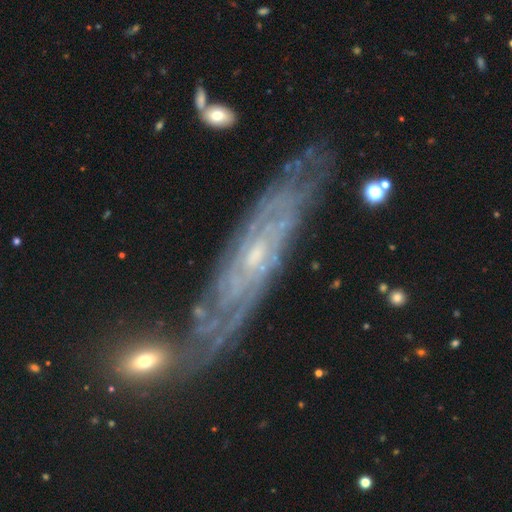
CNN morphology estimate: smooth_or_featured: featured or disk (p=0.85) [alt: smooth p=0.08]
disk_edge_on: no (p=0.80) [alt: yes p=0.20]
bar: no (p=0.68) [alt: weak p=0.25]
has_spiral_arms: yes (p=0.95) [alt: no p=0.05]
spiral_winding: tight (p=0.72) [alt: medium p=0.22]
spiral_arm_count: can't tell (p=0.45) [alt: 2 p=0.21]
bulge_size: small (p=0.82) [alt: moderate p=0.14]
merging: none (p=0.73) [alt: minor disturbance p=0.14]